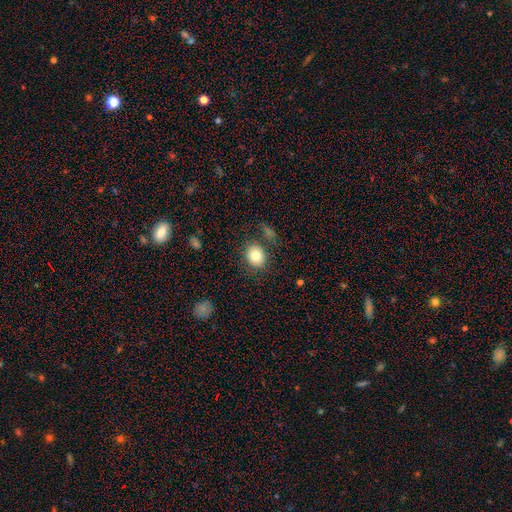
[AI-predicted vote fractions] This appears to be a smooth galaxy with no disk features (80%) that is round (69%). Merging: none (80%).